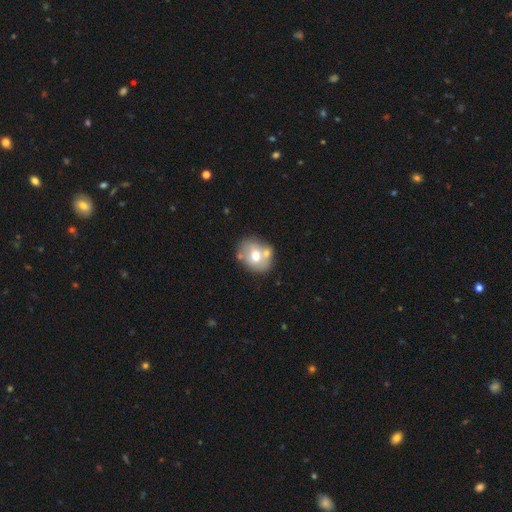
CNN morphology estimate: type=smooth (58%); roundness=round (53%); merging=none (57%).